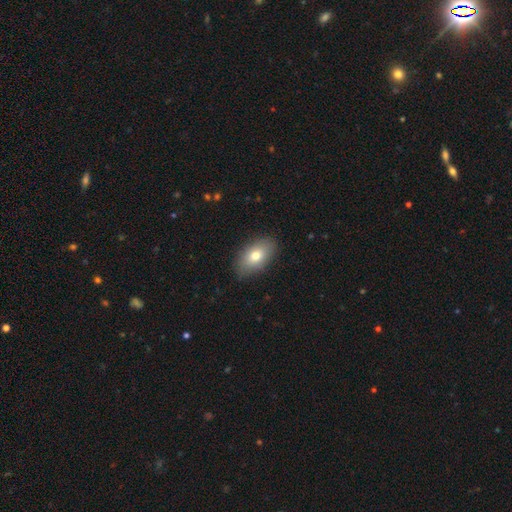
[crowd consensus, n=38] smooth 89%, featured or disk 8%, star or artifact 3%. Down the decision tree: how rounded — in between (91%); merging — none (92%).